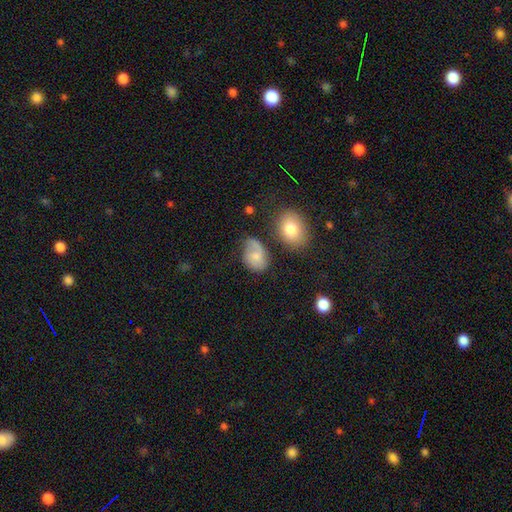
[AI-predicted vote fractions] Smooth or featured? smooth (64%)
How rounded? in between (74%)
Merging? none (45%)